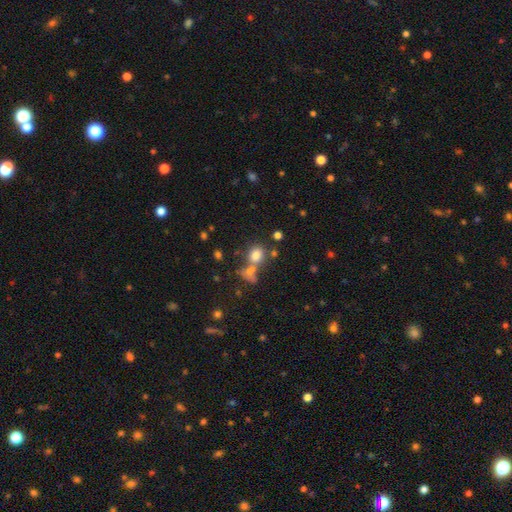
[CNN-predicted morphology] smooth_or_featured: smooth (p=0.77) [alt: star or artifact p=0.14]
how_rounded: round (p=0.63) [alt: in between p=0.35]
merging: none (p=0.51) [alt: merger p=0.33]